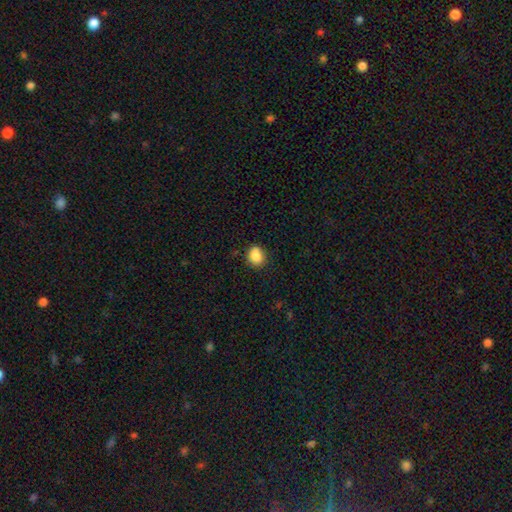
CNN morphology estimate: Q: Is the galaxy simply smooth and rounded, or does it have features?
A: smooth — 85%.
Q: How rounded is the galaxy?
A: round — 62%.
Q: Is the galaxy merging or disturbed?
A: none — 74%.